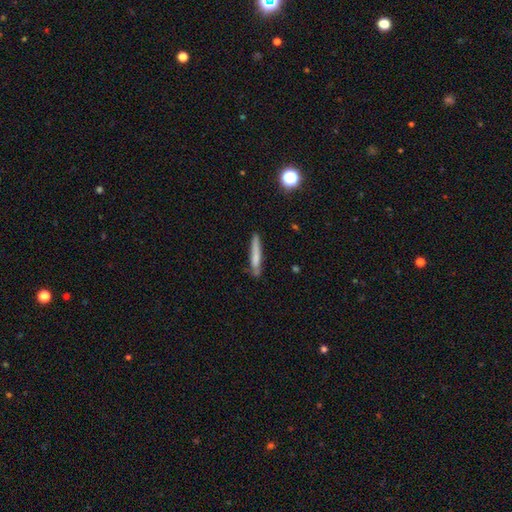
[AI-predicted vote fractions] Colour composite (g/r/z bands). It shows a smooth galaxy with no disk features (69%) that is cigar-shaped (93%). Merging: none (75%).